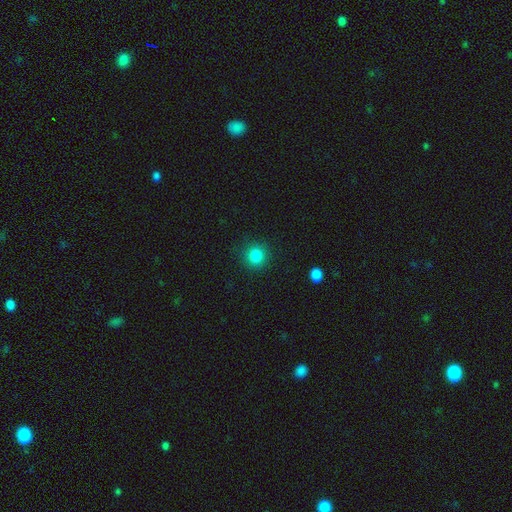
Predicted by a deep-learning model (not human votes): Smooth or featured?
  - smooth: 84% *
  - star or artifact: 11%
  - featured or disk: 4%
How rounded?
  - round: 90% *
  - in between: 9%
  - cigar-shaped: 1%
Merging?
  - none: 89% *
  - minor disturbance: 7%
  - major disturbance: 3%
  - merger: 1%